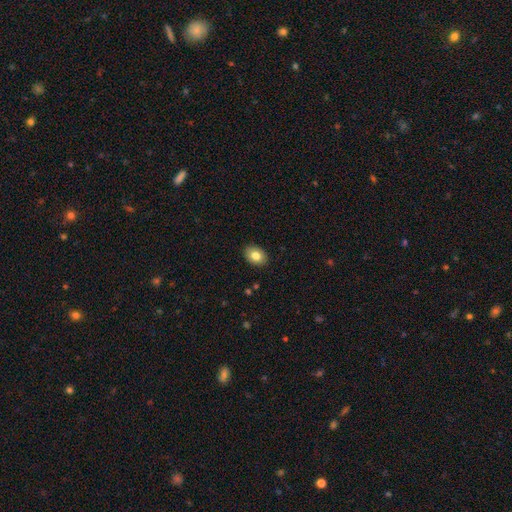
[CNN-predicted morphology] Smooth or featured? Predicted: smooth (p=0.82). How rounded? Predicted: in between (p=0.73). Merging? Predicted: none (p=0.89).